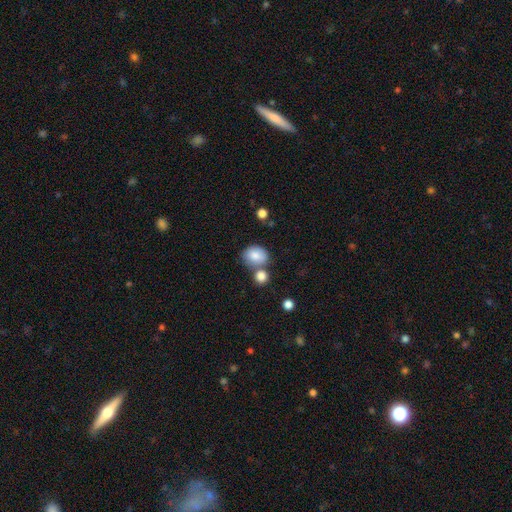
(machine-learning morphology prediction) Smooth or featured? Predicted: smooth (p=0.83). How rounded? Predicted: in between (p=0.51). Merging? Predicted: none (p=0.54).